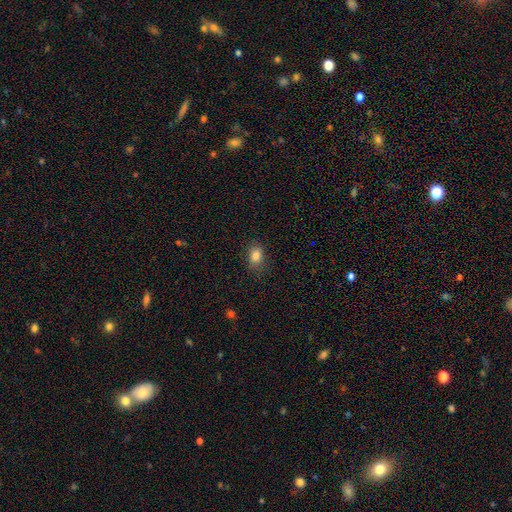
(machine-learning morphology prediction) Overall: smooth (84%). How rounded: in between (77%). Merging: none (81%).